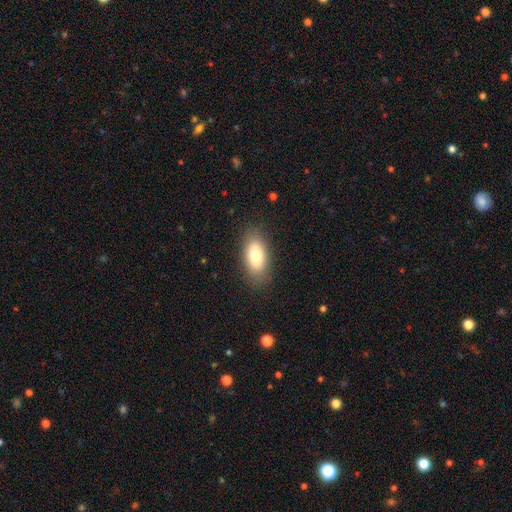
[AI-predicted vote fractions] Morphology: type=smooth (76%); roundness=in between (90%); merging=none (85%).